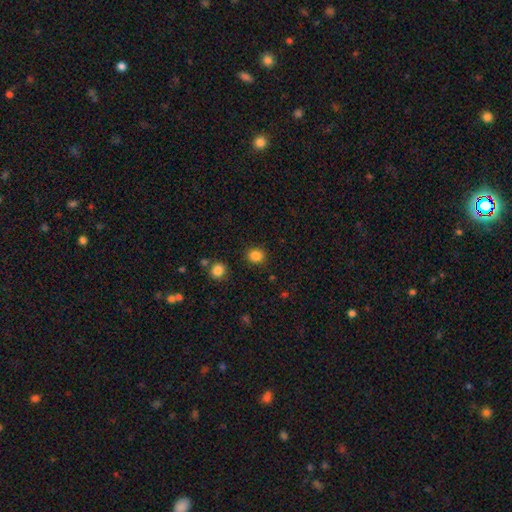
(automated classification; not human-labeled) smooth-or-featured: smooth: 85% | star or artifact: 12% | featured or disk: 3%
  how-rounded: round: 82% | in between: 17% | cigar-shaped: 1%
  merging: none: 87% | minor disturbance: 8% | major disturbance: 3% | merger: 3%